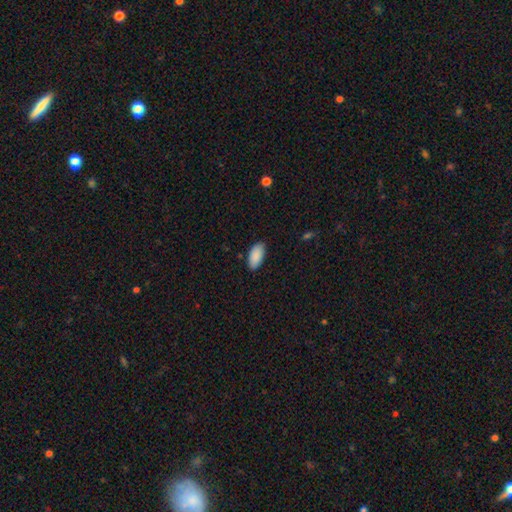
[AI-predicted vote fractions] smooth-or-featured: smooth: 90% | star or artifact: 6% | featured or disk: 4%
  how-rounded: in between: 94% | cigar-shaped: 4% | round: 2%
  merging: none: 84% | minor disturbance: 12% | major disturbance: 2% | merger: 1%